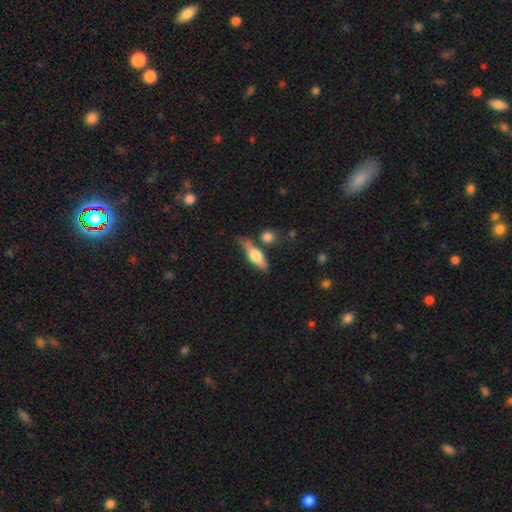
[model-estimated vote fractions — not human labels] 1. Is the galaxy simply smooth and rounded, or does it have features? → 47% smooth (tied), 47% featured or disk (tied), 6% star or artifact.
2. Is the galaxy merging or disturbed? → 66% none, 17% minor disturbance, 12% merger, 5% major disturbance.